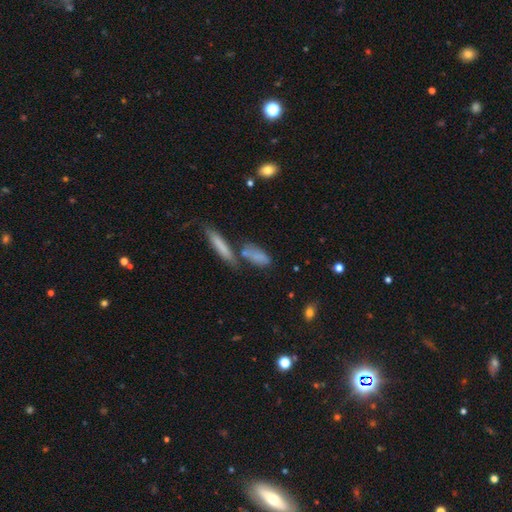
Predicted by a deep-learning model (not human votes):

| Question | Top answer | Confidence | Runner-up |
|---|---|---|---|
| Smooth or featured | smooth | 73% | featured or disk (17%) |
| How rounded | in between | 51% | cigar-shaped (44%) |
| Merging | none | 50% | merger (27%) |